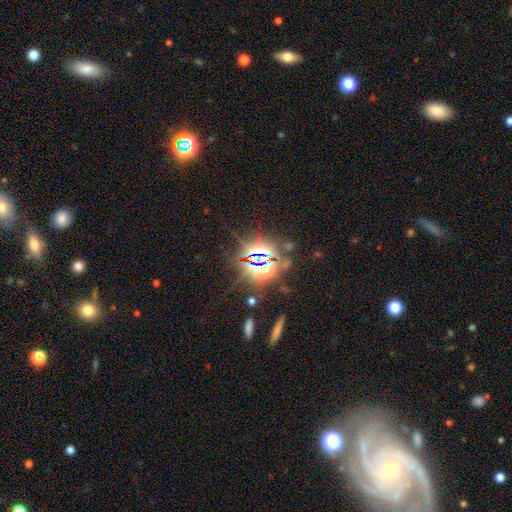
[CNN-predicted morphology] Q: Smooth or featured?
A: star or artifact (81%); runner-up: smooth (10%)